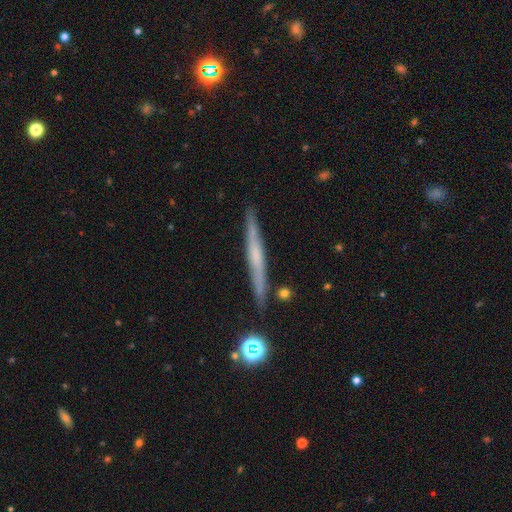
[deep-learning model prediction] smooth_or_featured: featured or disk (p=0.58) [alt: smooth p=0.34]
disk_edge_on: yes (p=0.97) [alt: no p=0.03]
edge_on_bulge: none (p=0.58) [alt: rounded p=0.31]
merging: none (p=0.88) [alt: minor disturbance p=0.08]